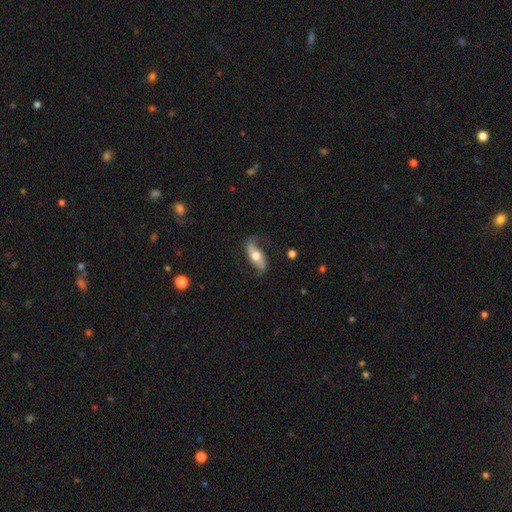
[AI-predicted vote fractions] Morphology: type=featured or disk (53%); edge-on=no (70%); merging=none (68%).